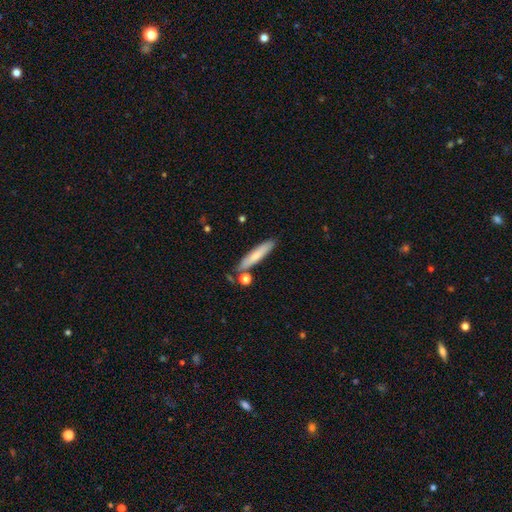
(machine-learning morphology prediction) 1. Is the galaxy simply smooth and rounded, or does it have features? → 72% smooth, 22% featured or disk, 6% star or artifact.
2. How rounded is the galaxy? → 88% cigar-shaped, 10% in between, 1% round.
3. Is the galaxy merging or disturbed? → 76% none, 13% minor disturbance, 7% merger, 3% major disturbance.